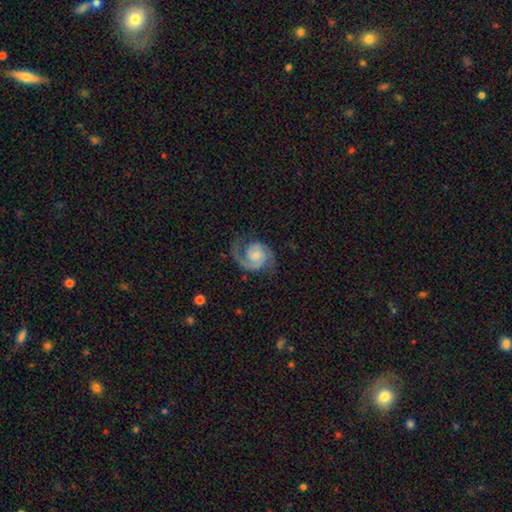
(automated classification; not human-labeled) A featured or disk galaxy (87%) with no bar (69%), 2 (83%) medium (48%) spiral arms (98%) and a small central bulge (51%). Merging: none (70%).